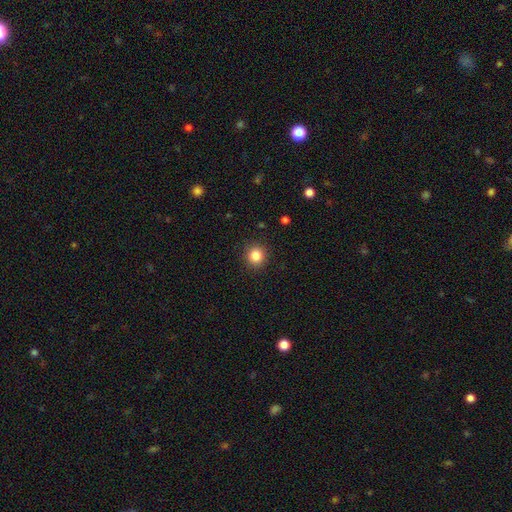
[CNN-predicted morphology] Q: Smooth or featured?
A: smooth (84%); runner-up: star or artifact (11%)
Q: How rounded?
A: round (92%); runner-up: in between (7%)
Q: Merging?
A: none (91%); runner-up: minor disturbance (6%)